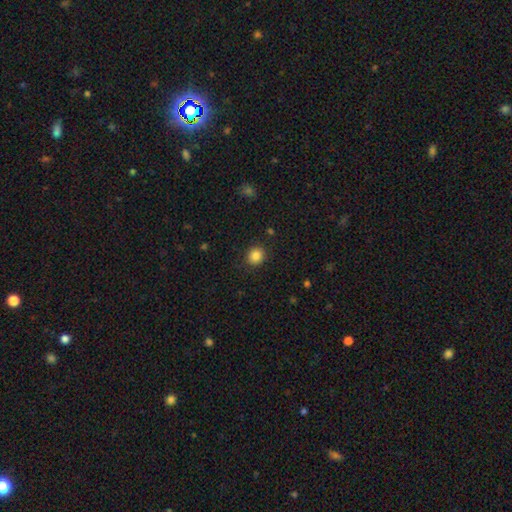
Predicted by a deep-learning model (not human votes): This appears to be a smooth galaxy with no disk features (85%) that is round (86%). Merging: none (89%).